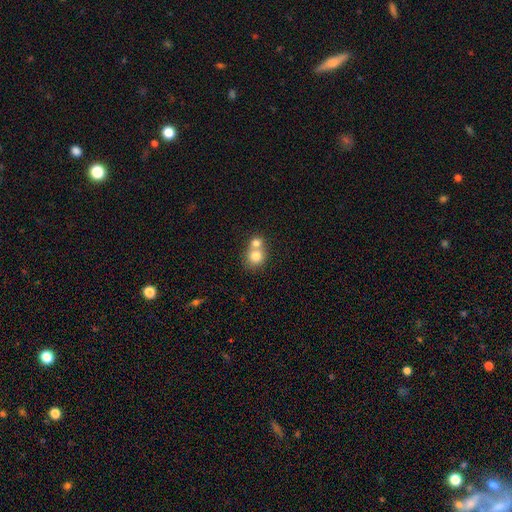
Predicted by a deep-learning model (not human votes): Smooth or featured? Predicted: smooth (p=0.75). How rounded? Predicted: round (p=0.79). Merging? Predicted: merger (p=0.61).